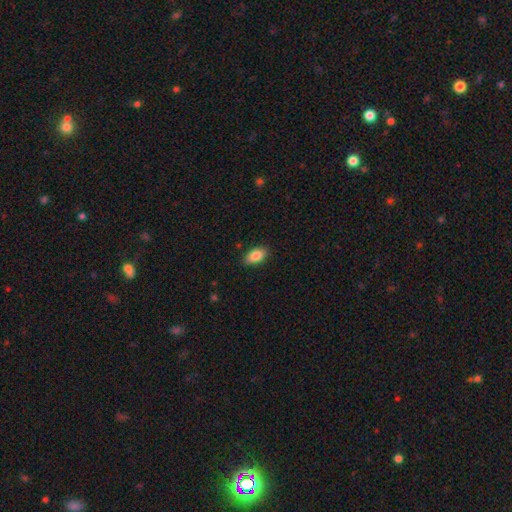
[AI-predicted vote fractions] Smooth or featured? smooth (85%)
How rounded? in between (92%)
Merging? none (87%)